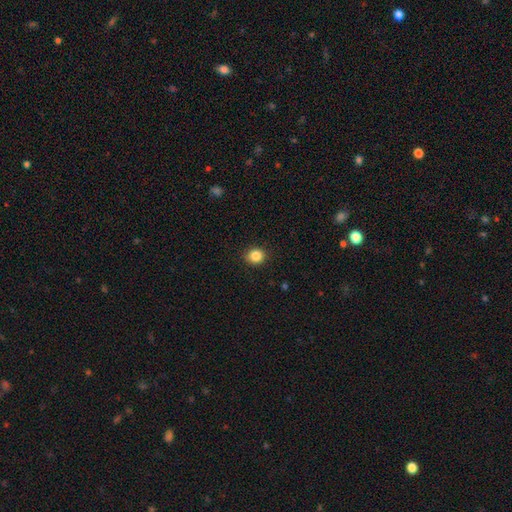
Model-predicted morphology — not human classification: Smooth or featured? Predicted: smooth (p=0.85). How rounded? Predicted: round (p=0.84). Merging? Predicted: none (p=0.91).